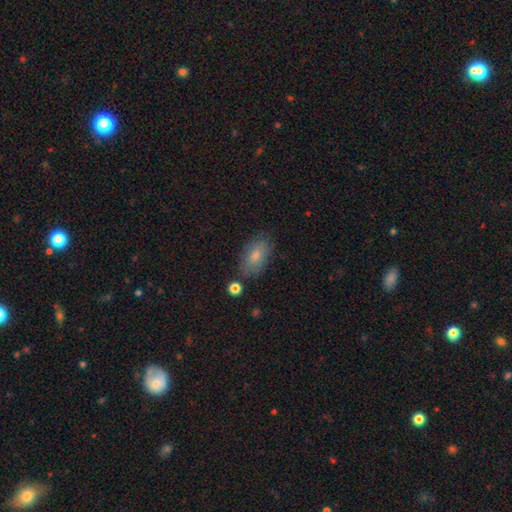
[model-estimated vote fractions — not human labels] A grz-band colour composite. It shows a smooth galaxy with no disk features (77%) that is in between round and cigar-shaped (91%). Merging: none (77%).